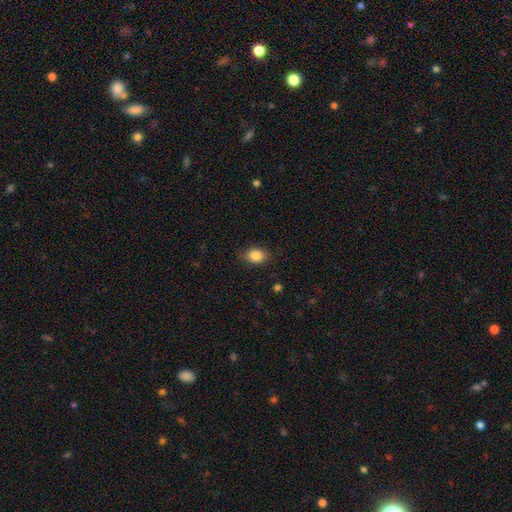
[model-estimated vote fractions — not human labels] smooth 85%, star or artifact 9%, featured or disk 6%. Down the decision tree: how rounded — in between (70%); merging — none (85%).